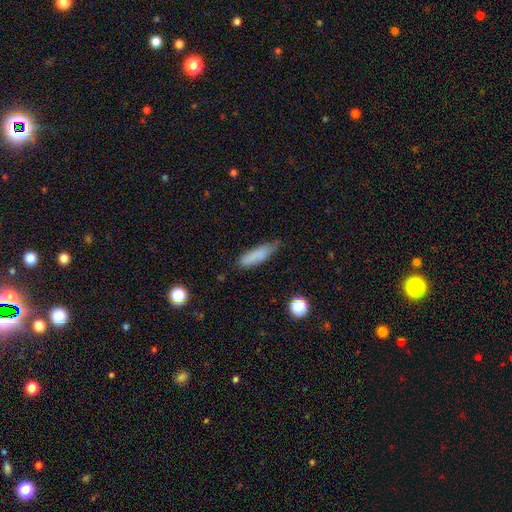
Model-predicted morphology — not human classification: Smooth or featured? smooth (82%)
How rounded? cigar-shaped (62%)
Merging? none (61%)